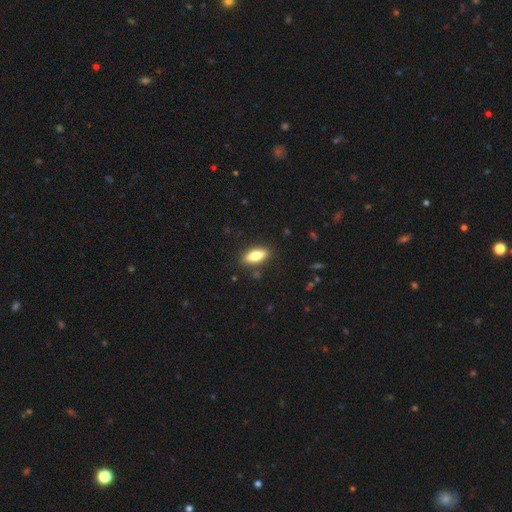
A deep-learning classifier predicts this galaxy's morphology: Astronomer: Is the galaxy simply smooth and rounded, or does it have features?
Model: smooth — 77%.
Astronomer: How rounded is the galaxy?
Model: in between — 76%.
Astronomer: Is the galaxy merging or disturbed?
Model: none — 86%.